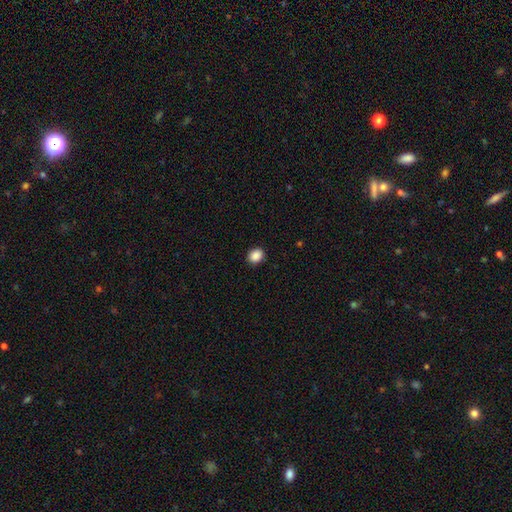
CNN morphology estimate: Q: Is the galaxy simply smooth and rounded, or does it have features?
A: smooth — 88%.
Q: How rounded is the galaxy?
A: round — 54%.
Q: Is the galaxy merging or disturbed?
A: none — 90%.